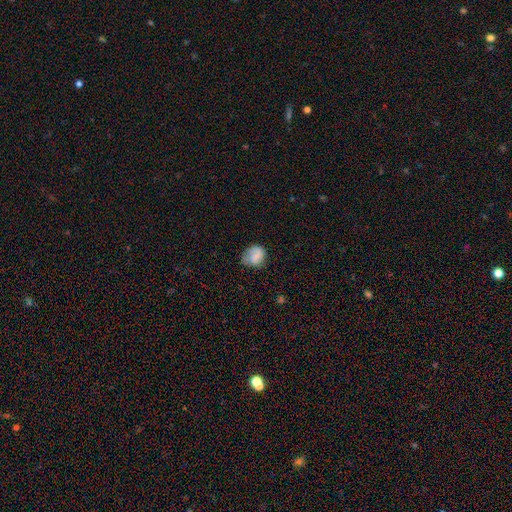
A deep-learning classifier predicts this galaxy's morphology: Smooth or featured: smooth — 70% (featured or disk — 21%)
How rounded: round — 55% (in between — 44%)
Merging: none — 51% (minor disturbance — 34%)